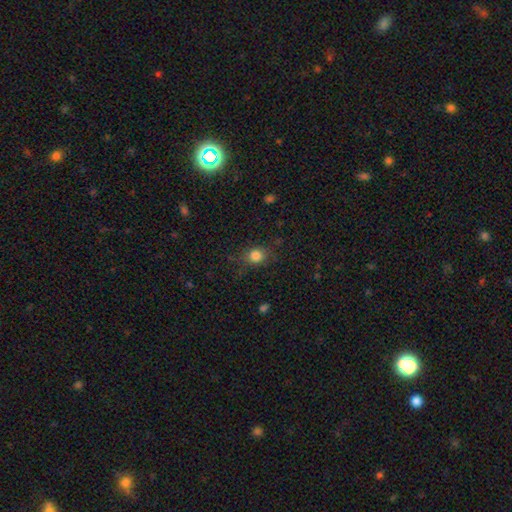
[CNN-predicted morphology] type=smooth (82%); roundness=round (67%); merging=none (75%).